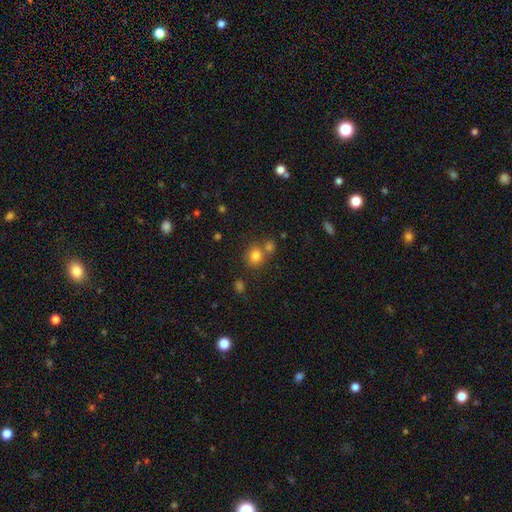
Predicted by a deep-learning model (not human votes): Smooth or featured?
  - smooth: 79% *
  - star or artifact: 13%
  - featured or disk: 8%
How rounded?
  - round: 75% *
  - in between: 24%
  - cigar-shaped: 1%
Merging?
  - none: 58% *
  - merger: 29%
  - minor disturbance: 10%
  - major disturbance: 4%